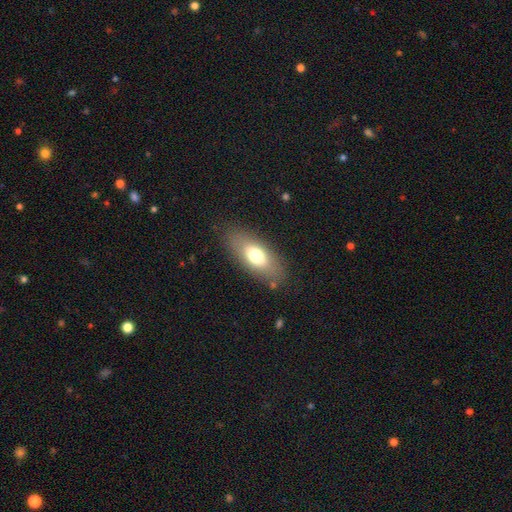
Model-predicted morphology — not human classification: smooth-or-featured: smooth: 70% | featured or disk: 22% | star or artifact: 8%
  how-rounded: in between: 82% | cigar-shaped: 14% | round: 4%
  merging: none: 84% | minor disturbance: 11% | major disturbance: 4% | merger: 2%